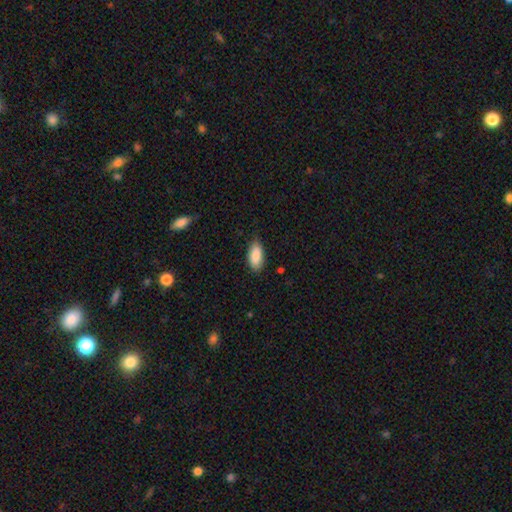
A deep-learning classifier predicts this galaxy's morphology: Smooth or featured?
  - smooth: 88% *
  - star or artifact: 6%
  - featured or disk: 5%
How rounded?
  - in between: 90% *
  - cigar-shaped: 8%
  - round: 2%
Merging?
  - none: 78% *
  - minor disturbance: 18%
  - major disturbance: 3%
  - merger: 1%